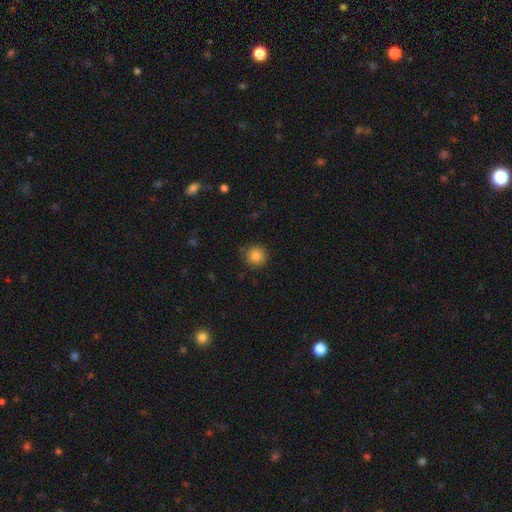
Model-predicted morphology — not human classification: A smooth galaxy with no disk features (84%) that is round (94%).

Vote fractions:
- Smooth or featured? smooth: 84% / star or artifact: 11% / featured or disk: 5%
- How rounded? round: 94% / in between: 5% / cigar-shaped: 1%
- Merging? none: 88% / minor disturbance: 8% / major disturbance: 2% / merger: 2%